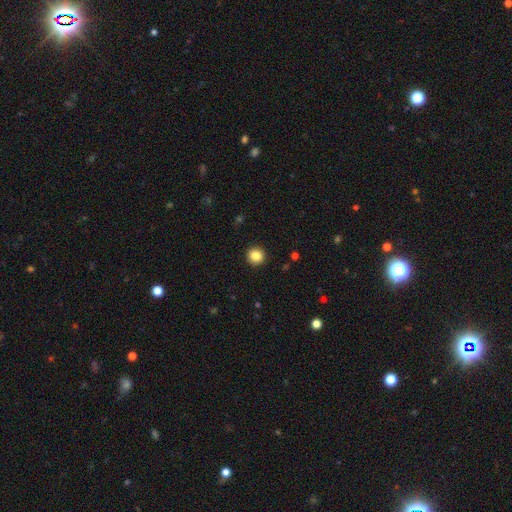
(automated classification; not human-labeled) A smooth galaxy with no disk features (86%) that is round (92%).

Vote fractions:
- Smooth or featured? smooth: 86% / star or artifact: 10% / featured or disk: 4%
- How rounded? round: 92% / in between: 7% / cigar-shaped: 1%
- Merging? none: 93% / minor disturbance: 5% / major disturbance: 2% / merger: 1%